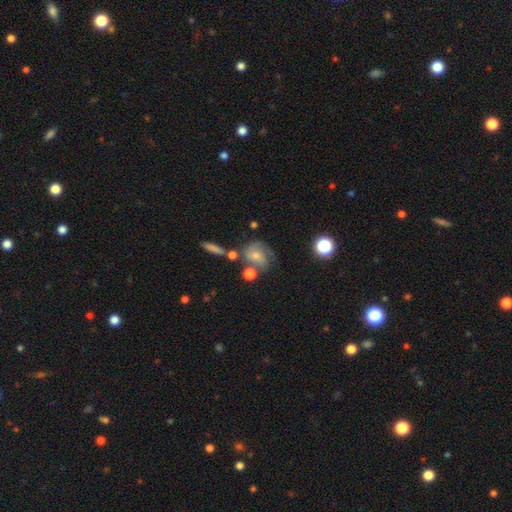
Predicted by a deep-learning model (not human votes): This is possibly a featured or disk galaxy (54%). It is clearly not viewed edge-on (96%). Bar: likely no (65%). Spiral arm pattern: clearly yes (84%). Central bulge: possibly small (47%). Merging: possibly none (47%).